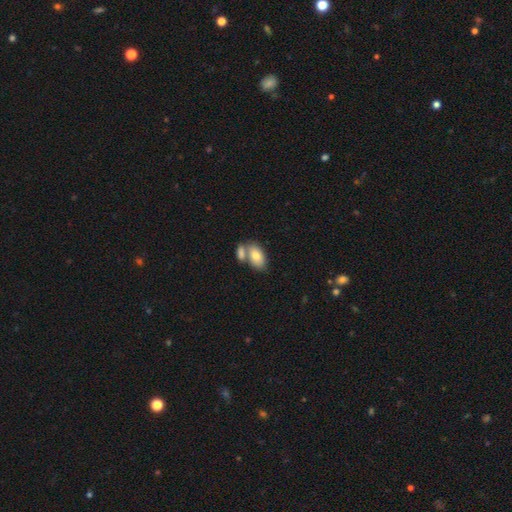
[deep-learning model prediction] A smooth galaxy with no disk features (78%) that is in between round and cigar-shaped (92%). Merging: merger (45%).